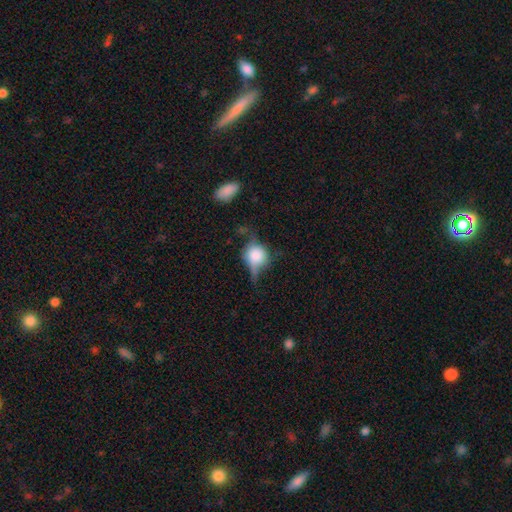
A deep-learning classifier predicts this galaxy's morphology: Smooth or featured? Predicted: smooth (p=0.50). How rounded? Predicted: round (p=0.74). Merging? Predicted: none (p=0.45).